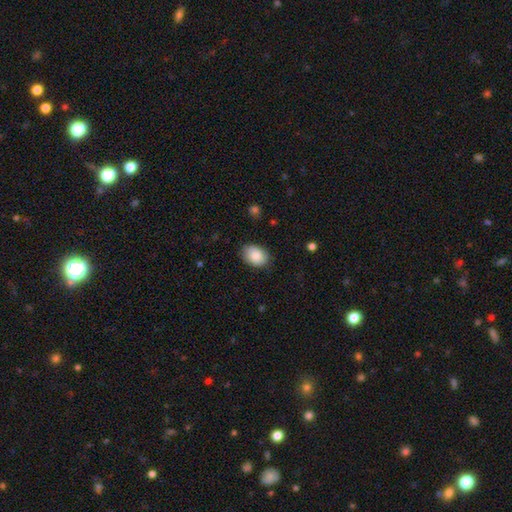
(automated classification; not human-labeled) smooth-or-featured: smooth: 87% | star or artifact: 7% | featured or disk: 7%
  how-rounded: in between: 74% | round: 25% | cigar-shaped: 1%
  merging: none: 82% | minor disturbance: 14% | major disturbance: 3% | merger: 1%